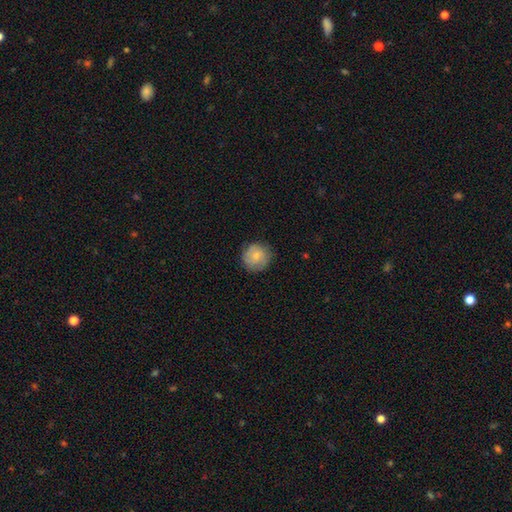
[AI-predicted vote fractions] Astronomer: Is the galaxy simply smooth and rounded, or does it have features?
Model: smooth — 78%.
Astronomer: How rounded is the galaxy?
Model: round — 91%.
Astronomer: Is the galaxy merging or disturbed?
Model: none — 81%.